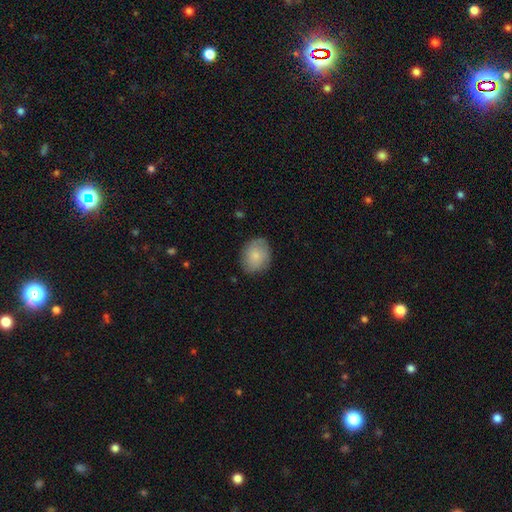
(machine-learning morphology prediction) Smooth or featured: smooth — 80% (featured or disk — 13%)
How rounded: in between — 51% (round — 48%)
Merging: none — 78% (minor disturbance — 17%)